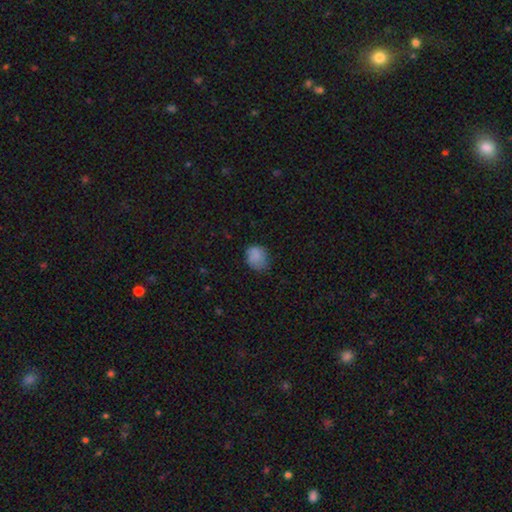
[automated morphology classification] type=smooth (81%); roundness=round (55%); merging=none (57%).